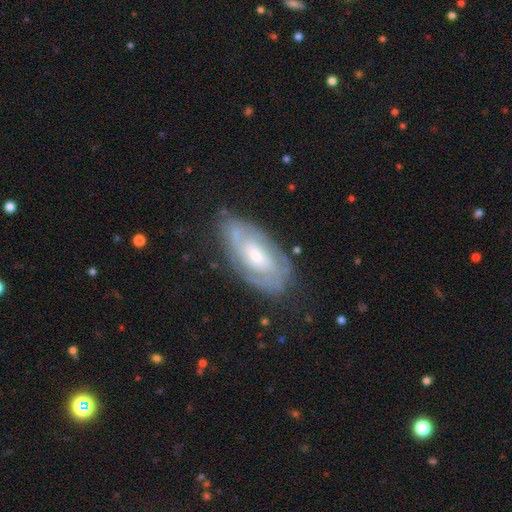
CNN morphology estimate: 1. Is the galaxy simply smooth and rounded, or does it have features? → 83% featured or disk, 12% smooth, 6% star or artifact.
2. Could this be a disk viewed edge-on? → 94% no, 6% yes.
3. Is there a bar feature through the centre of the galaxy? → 58% no, 33% weak, 9% strong.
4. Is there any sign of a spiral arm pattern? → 93% yes, 7% no.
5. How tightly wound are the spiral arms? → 68% tight, 26% medium, 6% loose.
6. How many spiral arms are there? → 44% 2, 31% can't tell, 13% 3, 5% 4, 4% 1, 3% more than 4.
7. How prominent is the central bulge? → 63% small, 32% moderate, 2% large, 2% none, 1% dominant.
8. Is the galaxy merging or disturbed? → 75% none, 18% minor disturbance, 6% major disturbance, 2% merger.